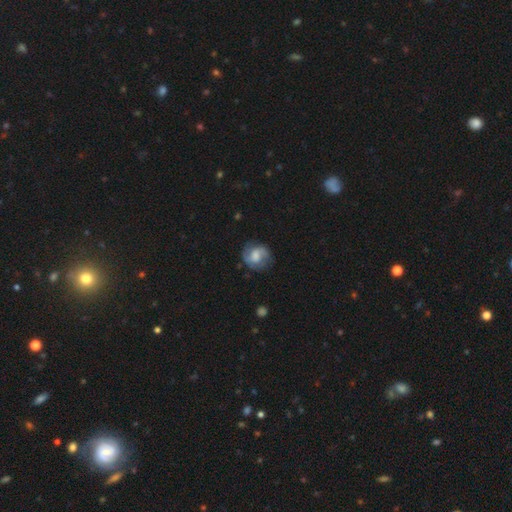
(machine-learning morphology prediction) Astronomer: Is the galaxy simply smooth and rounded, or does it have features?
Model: featured or disk — 56% (runner-up: smooth, 36%).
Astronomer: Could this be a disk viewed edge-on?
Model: no — 98%.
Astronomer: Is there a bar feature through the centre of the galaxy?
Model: no — 44%, tied with weak at 44%.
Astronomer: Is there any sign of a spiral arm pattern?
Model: yes — 86%.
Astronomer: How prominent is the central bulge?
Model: moderate — 38% (runner-up: large, 24%).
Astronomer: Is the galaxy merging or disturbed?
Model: none — 71%.